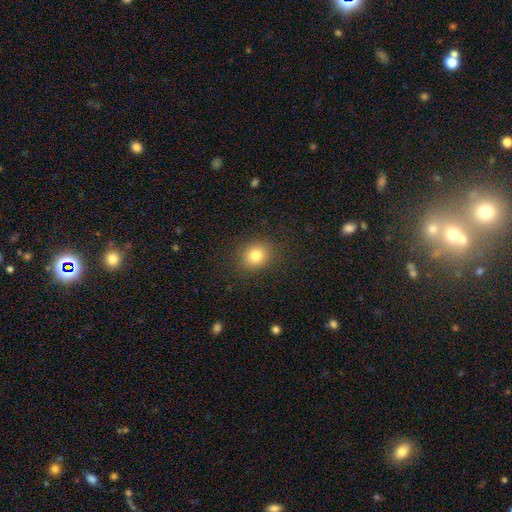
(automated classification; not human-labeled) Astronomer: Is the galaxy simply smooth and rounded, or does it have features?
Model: smooth — 81%.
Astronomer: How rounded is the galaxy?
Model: round — 68%.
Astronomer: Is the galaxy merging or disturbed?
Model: none — 87%.